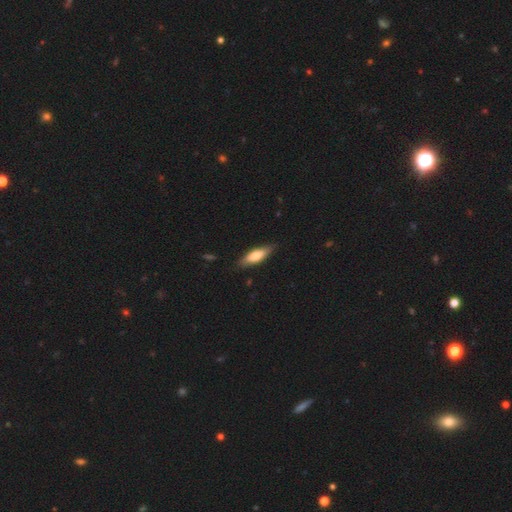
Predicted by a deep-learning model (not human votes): Smooth or featured? Predicted: smooth (p=0.65). How rounded? Predicted: in between (p=0.52). Merging? Predicted: none (p=0.84).